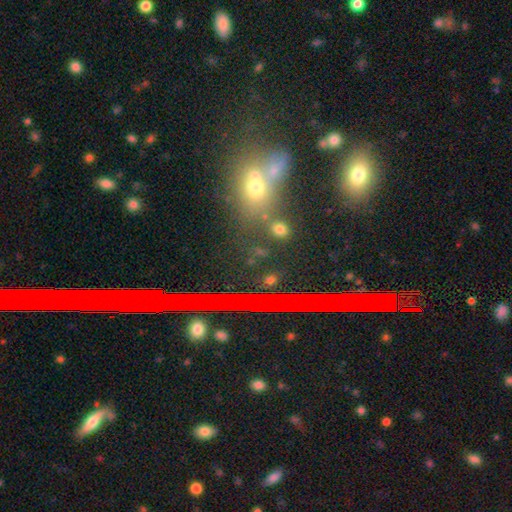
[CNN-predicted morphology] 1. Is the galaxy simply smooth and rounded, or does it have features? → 45% star or artifact, 39% smooth, 17% featured or disk.